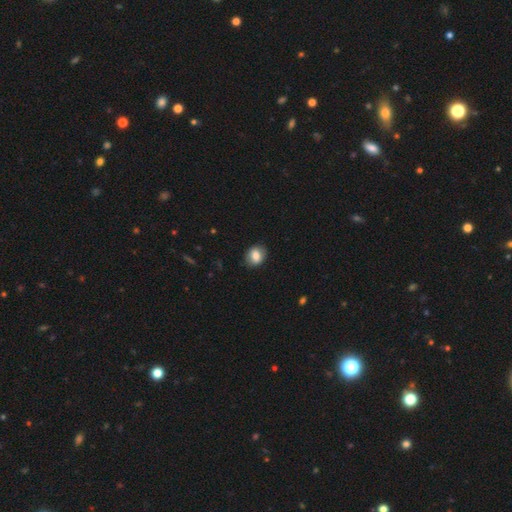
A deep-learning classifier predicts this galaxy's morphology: smooth_or_featured: smooth (p=0.79) [alt: featured or disk p=0.13]
how_rounded: in between (p=0.53) [alt: round p=0.46]
merging: none (p=0.83) [alt: minor disturbance p=0.13]